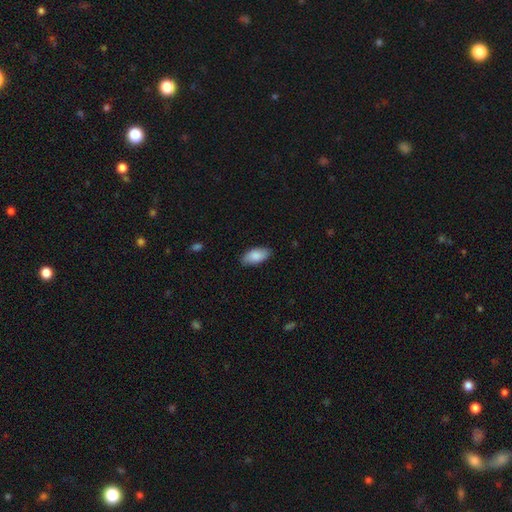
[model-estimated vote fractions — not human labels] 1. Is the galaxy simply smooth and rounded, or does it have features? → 85% smooth, 9% featured or disk, 6% star or artifact.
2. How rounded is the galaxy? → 92% in between, 6% cigar-shaped, 2% round.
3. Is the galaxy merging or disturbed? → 85% none, 12% minor disturbance, 2% major disturbance, 1% merger.